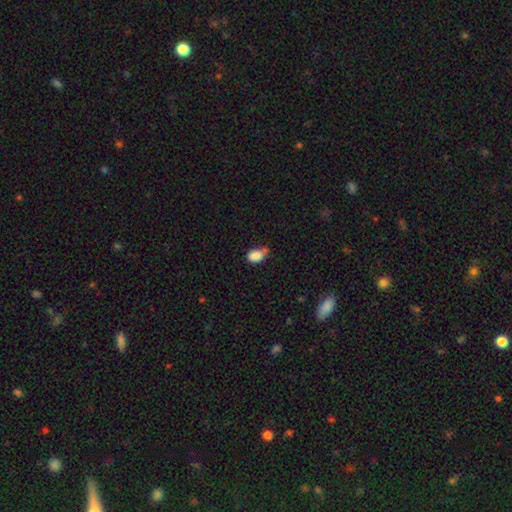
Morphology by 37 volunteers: Smooth or featured? 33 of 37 (89%) said smooth. How rounded? 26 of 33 (79%) said in between. Merging? 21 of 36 (58%) said none.